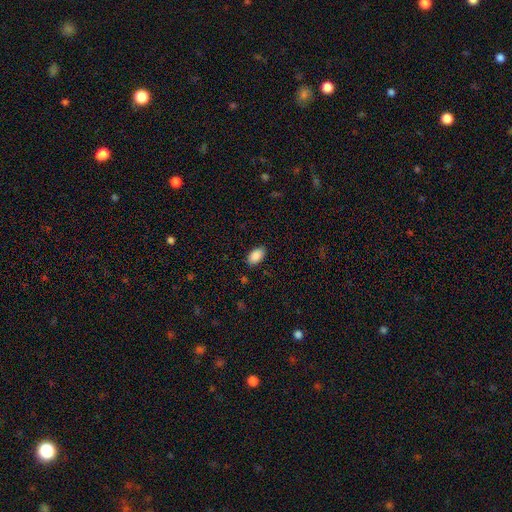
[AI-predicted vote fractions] Smooth or featured: smooth — 89% (star or artifact — 7%)
How rounded: in between — 93% (round — 5%)
Merging: none — 85% (minor disturbance — 11%)